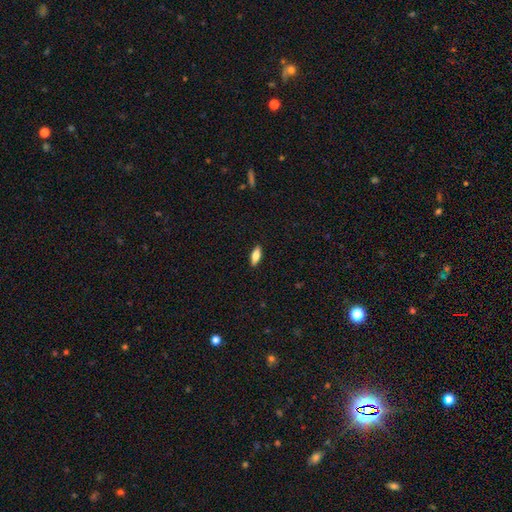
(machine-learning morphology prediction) A smooth galaxy with no disk features (75%) that is in between round and cigar-shaped (68%). Merging: none (90%).